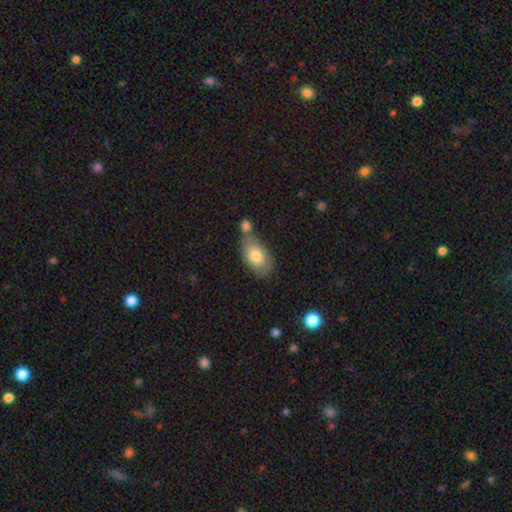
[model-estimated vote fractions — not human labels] smooth_or_featured: smooth (p=0.72) [alt: featured or disk p=0.22]
how_rounded: in between (p=0.90) [alt: round p=0.08]
merging: none (p=0.46) [alt: merger p=0.28]